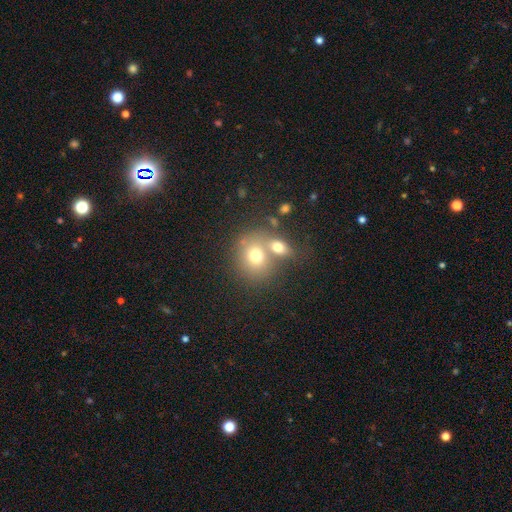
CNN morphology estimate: Smooth or featured? smooth (70%)
How rounded? round (71%)
Merging? merger (49%)